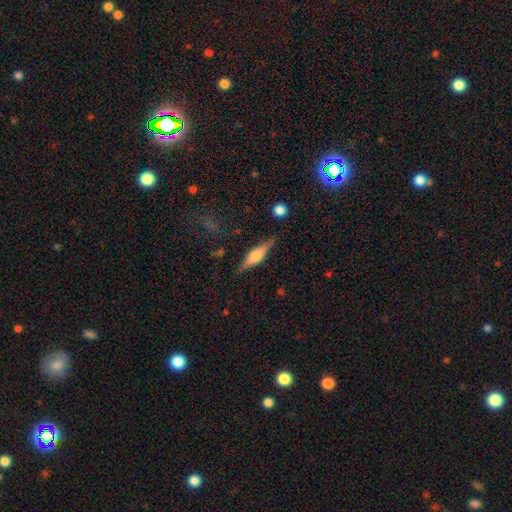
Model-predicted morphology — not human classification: Smooth or featured?
  - featured or disk: 52% *
  - smooth: 41%
  - star or artifact: 6%
Edge-on disk?
  - yes: 95% *
  - no: 5%
Merging?
  - none: 83% *
  - minor disturbance: 12%
  - major disturbance: 3%
  - merger: 2%